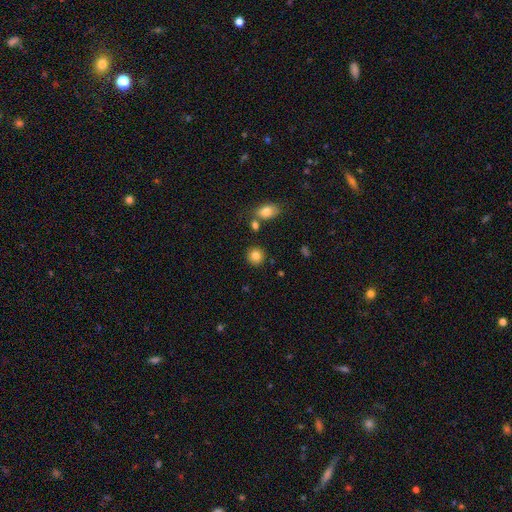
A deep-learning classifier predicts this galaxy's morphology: smooth-or-featured: smooth: 84% | star or artifact: 10% | featured or disk: 6%
  how-rounded: round: 88% | in between: 11% | cigar-shaped: 1%
  merging: none: 85% | minor disturbance: 8% | merger: 5% | major disturbance: 2%